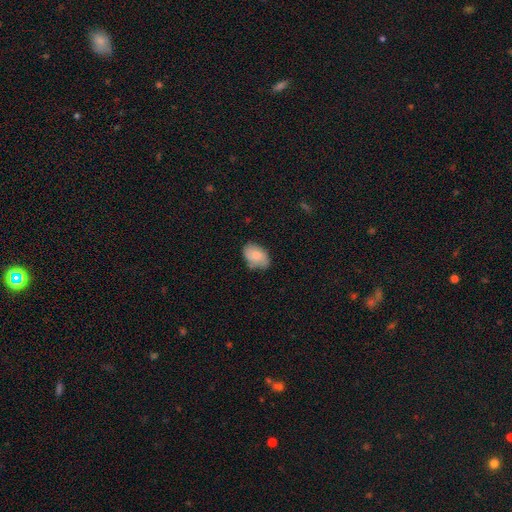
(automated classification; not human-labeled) smooth 74%, featured or disk 19%, star or artifact 7%. Down the decision tree: how rounded — in between (87%); merging — none (68%).